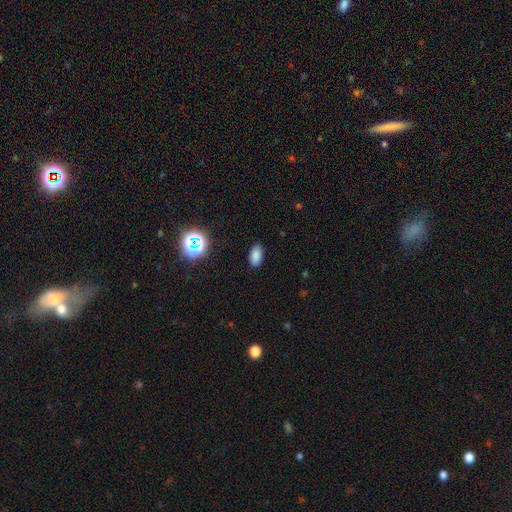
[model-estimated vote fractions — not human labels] Smooth or featured? Predicted: smooth (p=0.82). How rounded? Predicted: in between (p=0.92). Merging? Predicted: none (p=0.87).